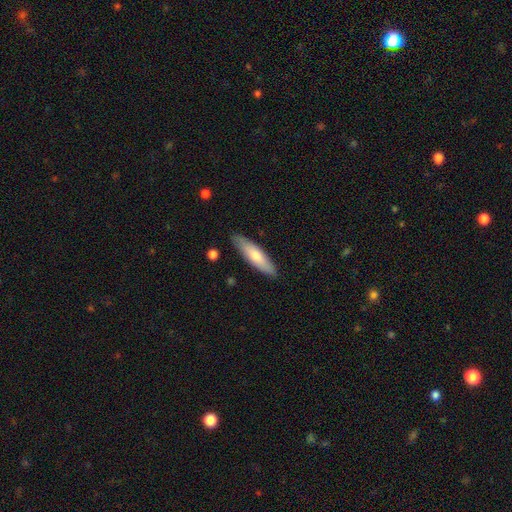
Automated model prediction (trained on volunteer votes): smooth_or_featured: smooth (p=0.68) [alt: featured or disk p=0.26]
how_rounded: cigar-shaped (p=0.69) [alt: in between p=0.29]
merging: none (p=0.85) [alt: minor disturbance p=0.11]